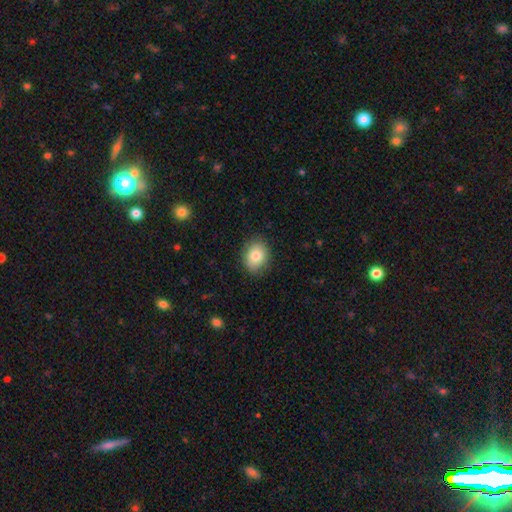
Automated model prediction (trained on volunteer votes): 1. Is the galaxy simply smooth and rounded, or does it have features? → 81% smooth, 11% featured or disk, 8% star or artifact.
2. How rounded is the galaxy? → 50% in between, 49% round, 1% cigar-shaped.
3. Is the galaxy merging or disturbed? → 85% none, 11% minor disturbance, 3% major disturbance, 1% merger.